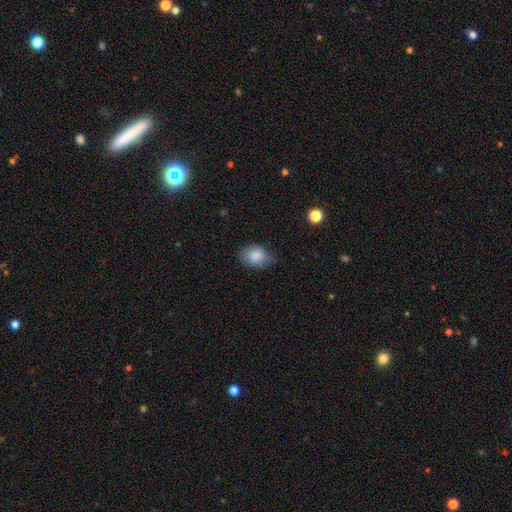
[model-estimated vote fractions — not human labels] Overall: smooth (84%). How rounded: in between (70%). Merging: none (66%; minor disturbance 27%).